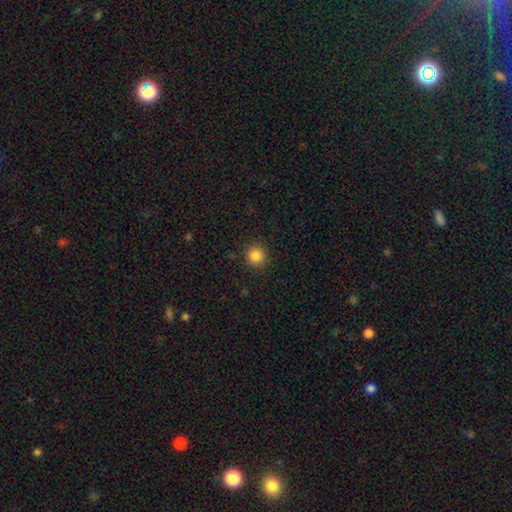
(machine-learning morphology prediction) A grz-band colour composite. It shows a smooth galaxy with no disk features (86%) that is round (94%). Merging: none (90%).